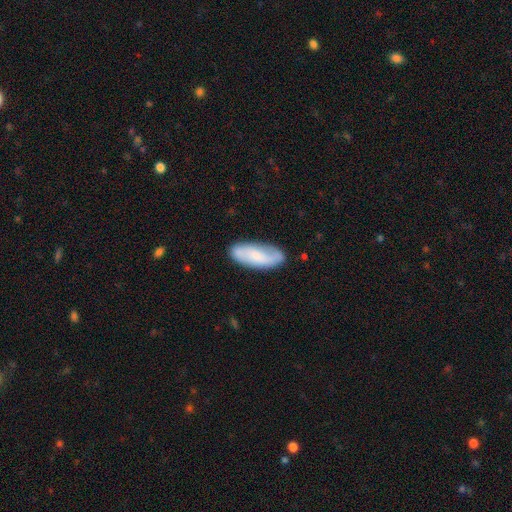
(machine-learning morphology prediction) A smooth galaxy with no disk features (58%) that is in between round and cigar-shaped (77%).

Vote fractions:
- Smooth or featured? smooth: 58% / featured or disk: 35% / star or artifact: 7%
- How rounded? in between: 77% / cigar-shaped: 21% / round: 2%
- Merging? none: 77% / minor disturbance: 17% / major disturbance: 4% / merger: 2%